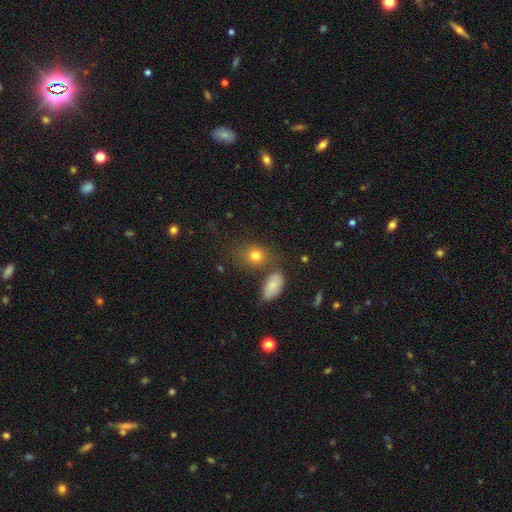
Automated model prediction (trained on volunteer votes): Smooth or featured?
  - smooth: 78% *
  - star or artifact: 12%
  - featured or disk: 10%
How rounded?
  - round: 56% *
  - in between: 42%
  - cigar-shaped: 2%
Merging?
  - none: 65% *
  - merger: 15%
  - minor disturbance: 14%
  - major disturbance: 6%